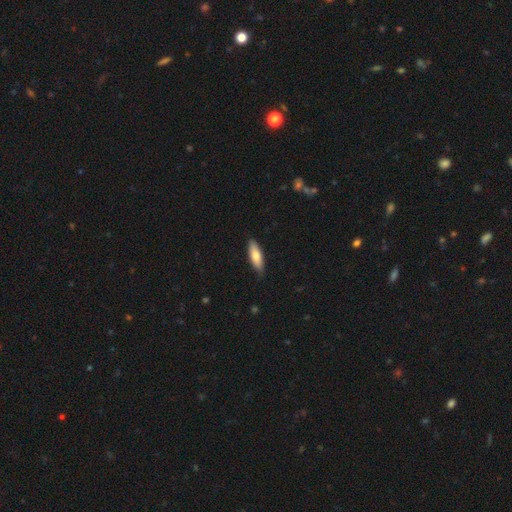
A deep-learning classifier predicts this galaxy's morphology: Smooth or featured? Predicted: smooth (p=0.74). How rounded? Predicted: in between (p=0.55). Merging? Predicted: none (p=0.87).